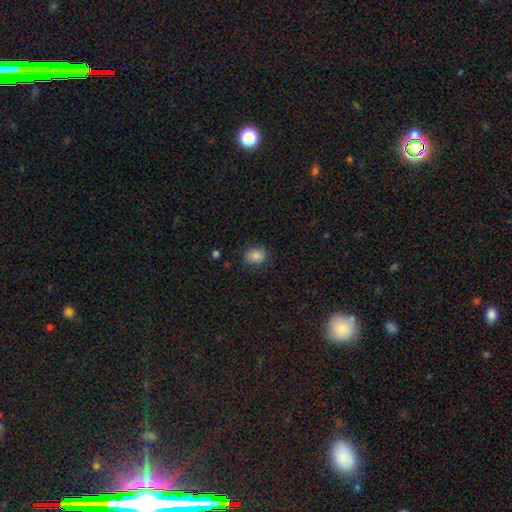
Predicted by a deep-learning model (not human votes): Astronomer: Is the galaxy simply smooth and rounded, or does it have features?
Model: smooth — 83%.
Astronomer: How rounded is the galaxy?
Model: round — 50% (runner-up: in between, 49%).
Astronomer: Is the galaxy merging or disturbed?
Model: none — 81%.